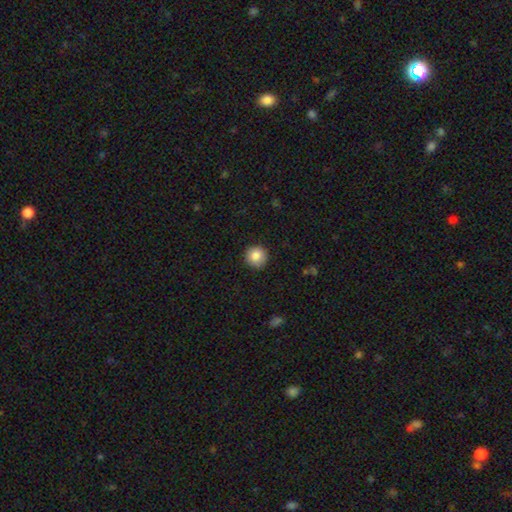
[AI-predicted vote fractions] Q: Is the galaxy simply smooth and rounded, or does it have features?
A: smooth — 85%.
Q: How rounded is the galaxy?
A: round — 95%.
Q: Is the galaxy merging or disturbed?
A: none — 90%.